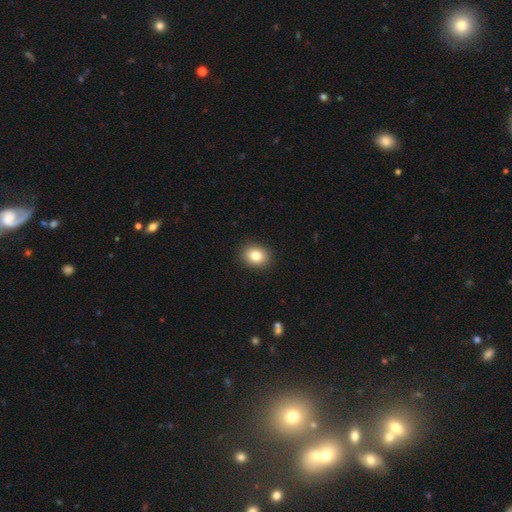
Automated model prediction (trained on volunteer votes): Smooth or featured?
  - smooth: 82% *
  - star or artifact: 10%
  - featured or disk: 8%
How rounded?
  - round: 53% *
  - in between: 46%
  - cigar-shaped: 1%
Merging?
  - none: 91% *
  - minor disturbance: 7%
  - major disturbance: 2%
  - merger: 1%